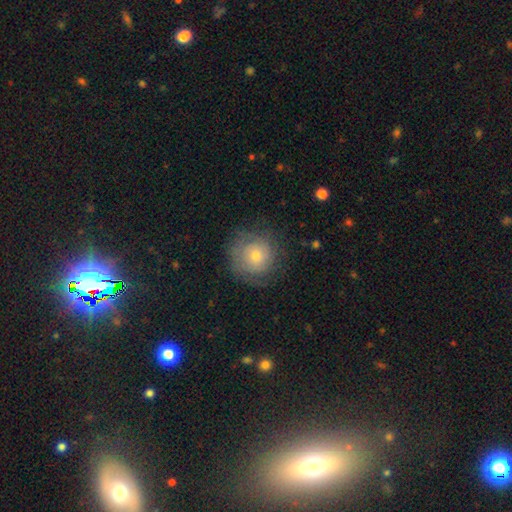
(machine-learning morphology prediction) A smooth galaxy with no disk features (60%) that is round (93%). Merging: none (75%).